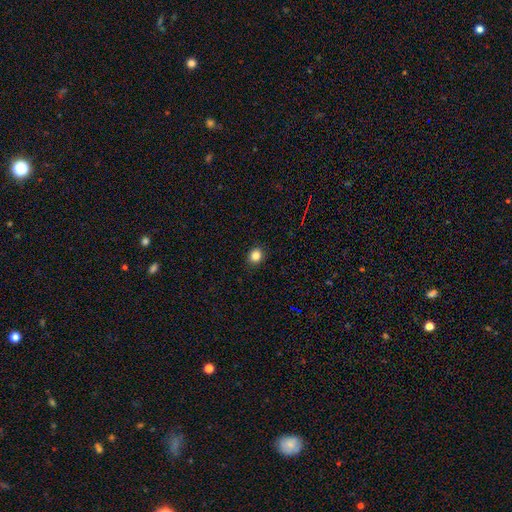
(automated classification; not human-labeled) A smooth galaxy with no disk features (85%) that is round (62%).

Vote fractions:
- Smooth or featured? smooth: 85% / star or artifact: 11% / featured or disk: 4%
- How rounded? round: 62% / in between: 37% / cigar-shaped: 1%
- Merging? none: 90% / minor disturbance: 7% / major disturbance: 2% / merger: 1%